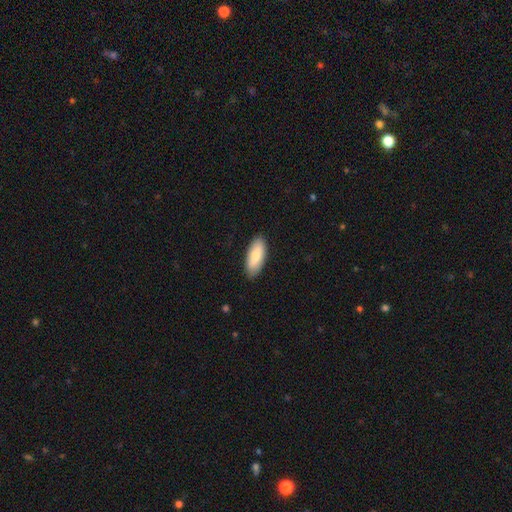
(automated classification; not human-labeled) This appears to be a smooth galaxy with no disk features (77%) that is in between round and cigar-shaped (82%). Merging: none (88%).